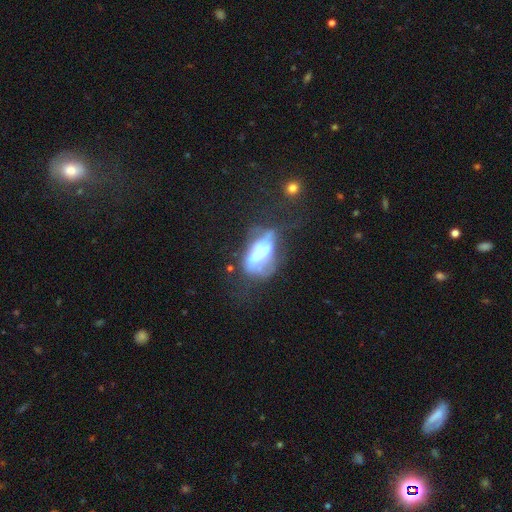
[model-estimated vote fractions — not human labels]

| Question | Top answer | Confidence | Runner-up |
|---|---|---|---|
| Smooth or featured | featured or disk | 57% | smooth (31%) |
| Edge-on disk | no | 90% | yes (10%) |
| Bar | no | 55% | strong (26%) |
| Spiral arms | no | 82% | yes (18%) |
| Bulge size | moderate | 36% | large (33%) |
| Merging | major disturbance | 35% | merger (25%) |